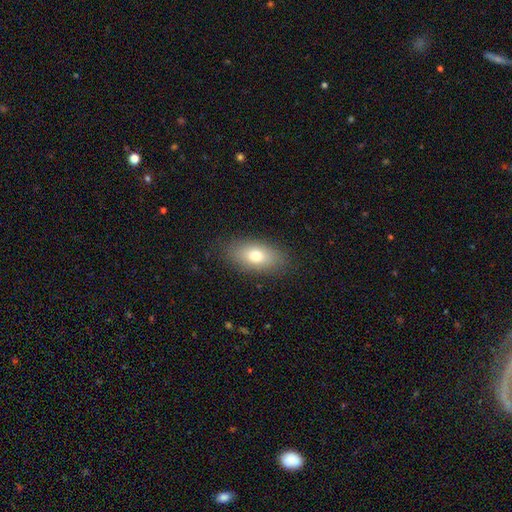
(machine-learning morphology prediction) A smooth galaxy with no disk features (75%) that is in between round and cigar-shaped (88%).

Vote fractions:
- Smooth or featured? smooth: 75% / featured or disk: 16% / star or artifact: 9%
- How rounded? in between: 88% / round: 6% / cigar-shaped: 6%
- Merging? none: 86% / minor disturbance: 10% / major disturbance: 3% / merger: 1%